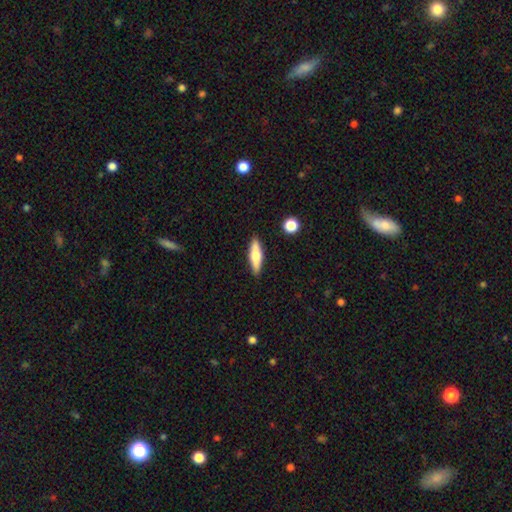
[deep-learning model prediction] Overall: smooth (56%; featured or disk 38%). How rounded: cigar-shaped (63%; in between 35%). Merging: none (88%).